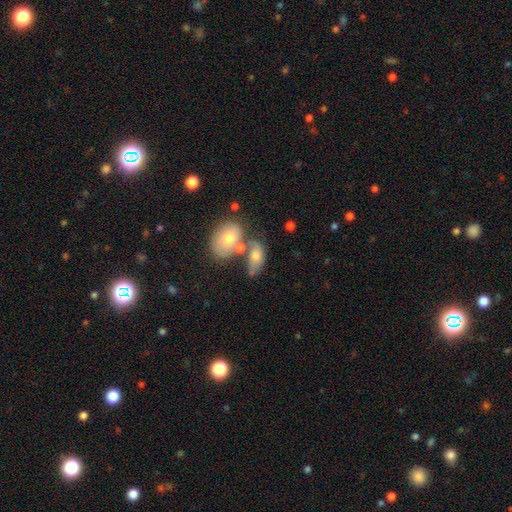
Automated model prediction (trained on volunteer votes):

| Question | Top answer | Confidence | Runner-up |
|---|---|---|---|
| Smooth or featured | smooth | 65% | featured or disk (27%) |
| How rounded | in between | 87% | round (10%) |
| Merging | merger | 51% | none (24%) |